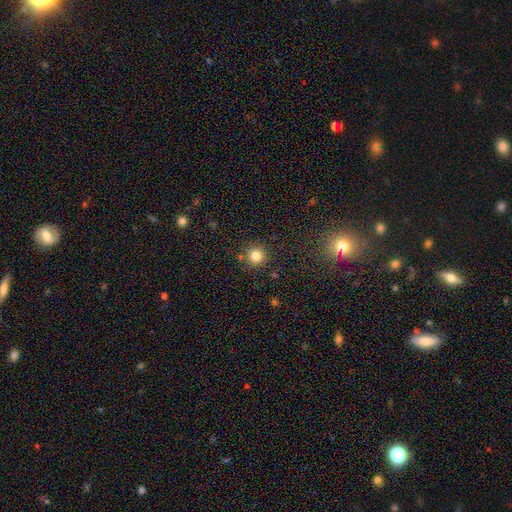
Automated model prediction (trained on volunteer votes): Smooth or featured? smooth (82%)
How rounded? round (94%)
Merging? none (88%)